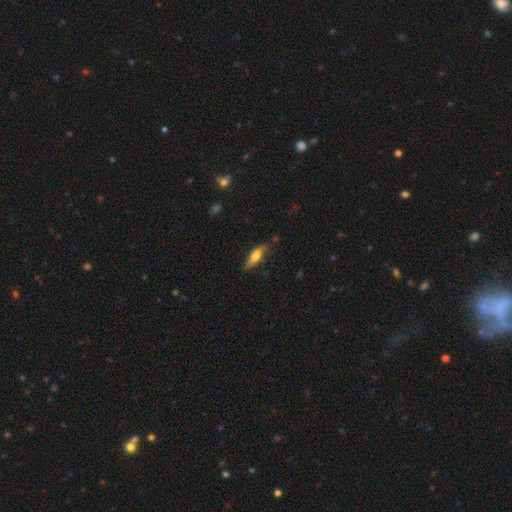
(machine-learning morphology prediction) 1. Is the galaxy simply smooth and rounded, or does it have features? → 57% smooth, 37% featured or disk, 6% star or artifact.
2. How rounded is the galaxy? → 52% cigar-shaped, 46% in between, 3% round.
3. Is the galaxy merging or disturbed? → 77% none, 18% minor disturbance, 3% major disturbance, 2% merger.